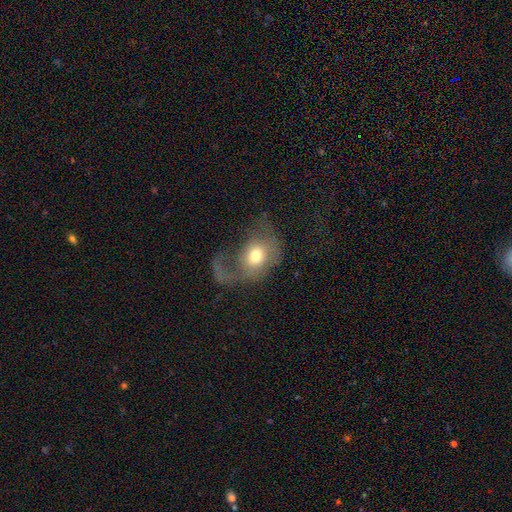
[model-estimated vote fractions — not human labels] Smooth or featured? Predicted: smooth (p=0.52). How rounded? Predicted: in between (p=0.57). Merging? Predicted: major disturbance (p=0.60).